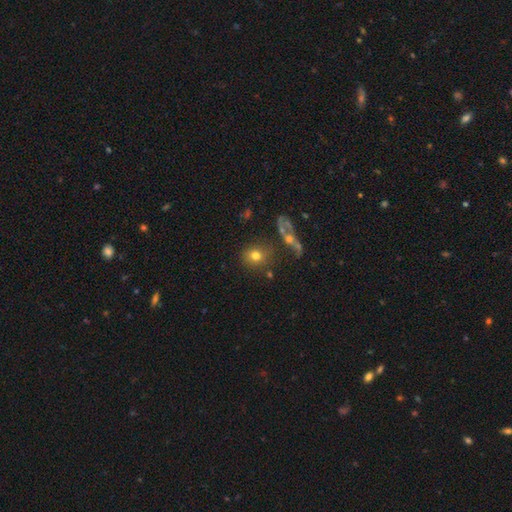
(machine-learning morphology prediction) A smooth galaxy with no disk features (73%) that is round (79%). Merging: none (71%).